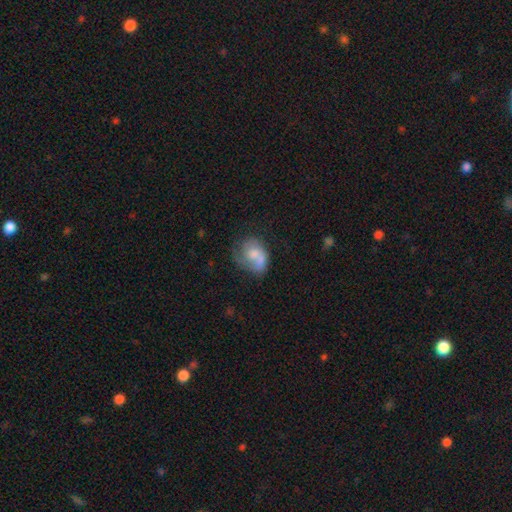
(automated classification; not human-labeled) Smooth or featured?
  - smooth: 53% *
  - featured or disk: 39%
  - star or artifact: 8%
How rounded?
  - in between: 51% *
  - round: 47%
  - cigar-shaped: 1%
Merging?
  - none: 35% *
  - minor disturbance: 24%
  - major disturbance: 22%
  - merger: 19%